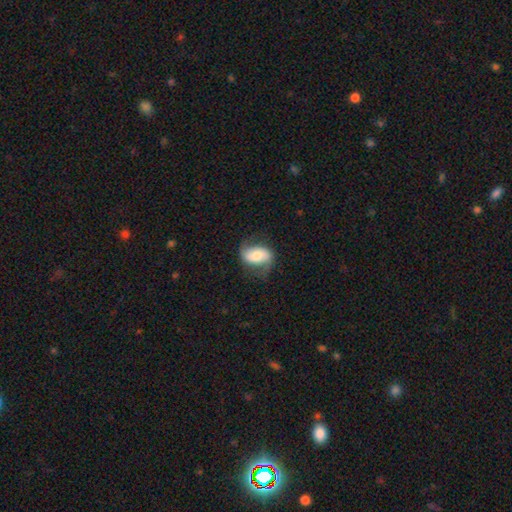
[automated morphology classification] smooth-or-featured: featured or disk: 47% | smooth: 45% | star or artifact: 7%
  merging: none: 65% | minor disturbance: 23% | major disturbance: 11% | merger: 1%